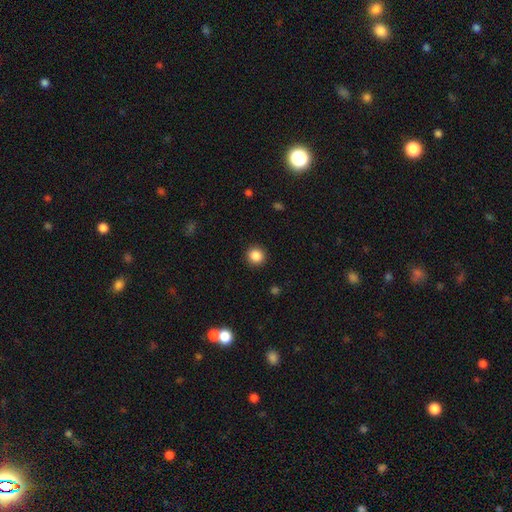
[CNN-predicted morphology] Q: Smooth or featured?
A: smooth (87%); runner-up: star or artifact (10%)
Q: How rounded?
A: round (92%); runner-up: in between (7%)
Q: Merging?
A: none (91%); runner-up: minor disturbance (6%)